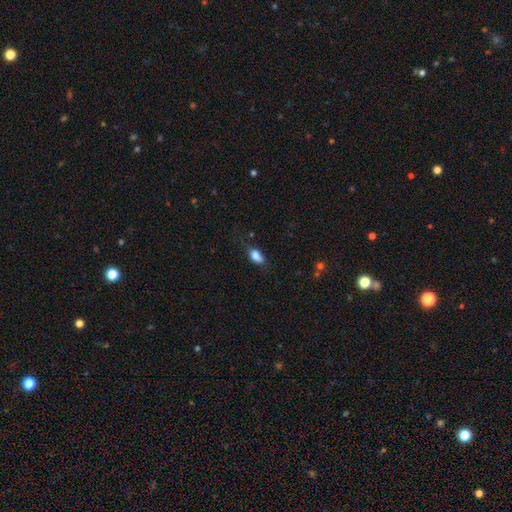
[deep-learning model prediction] smooth_or_featured: smooth (p=0.83) [alt: star or artifact p=0.08]
how_rounded: in between (p=0.86) [alt: round p=0.08]
merging: none (p=0.62) [alt: minor disturbance p=0.27]